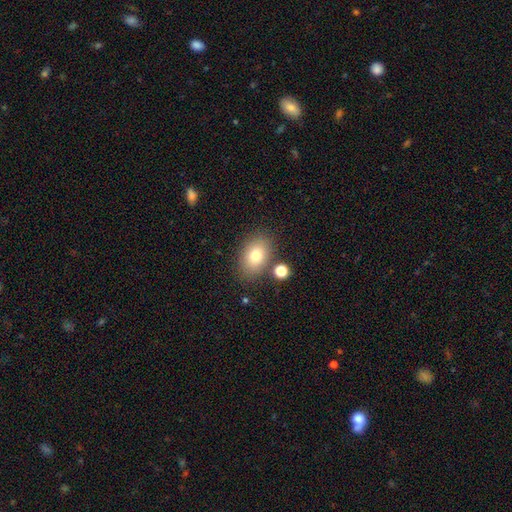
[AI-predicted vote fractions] A smooth galaxy with no disk features (79%) that is in between round and cigar-shaped (83%).

Vote fractions:
- Smooth or featured? smooth: 79% / featured or disk: 12% / star or artifact: 10%
- How rounded? in between: 83% / round: 16% / cigar-shaped: 1%
- Merging? none: 79% / minor disturbance: 12% / merger: 6% / major disturbance: 4%